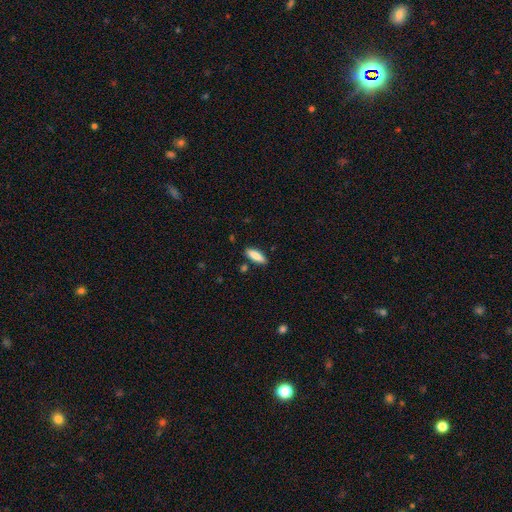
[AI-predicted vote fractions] smooth-or-featured: smooth: 84% | featured or disk: 10% | star or artifact: 6%
  how-rounded: in between: 50% | cigar-shaped: 48% | round: 2%
  merging: none: 85% | minor disturbance: 10% | merger: 3% | major disturbance: 2%